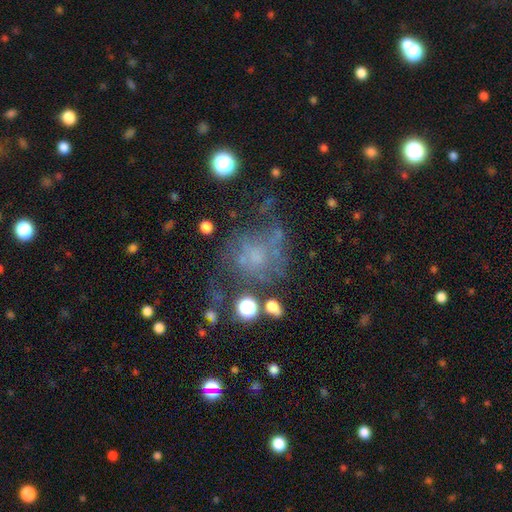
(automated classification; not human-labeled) Q: Smooth or featured?
A: featured or disk (44%); runner-up: smooth (35%)
Q: Merging?
A: none (44%); runner-up: major disturbance (27%)